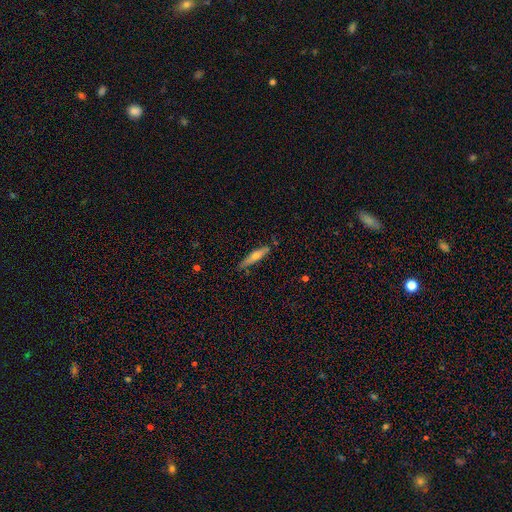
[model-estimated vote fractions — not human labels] A smooth galaxy with no disk features (48%).

Vote fractions:
- Smooth or featured? smooth: 48% / featured or disk: 45% / star or artifact: 7%
- Merging? none: 83% / minor disturbance: 13% / merger: 2% / major disturbance: 2%